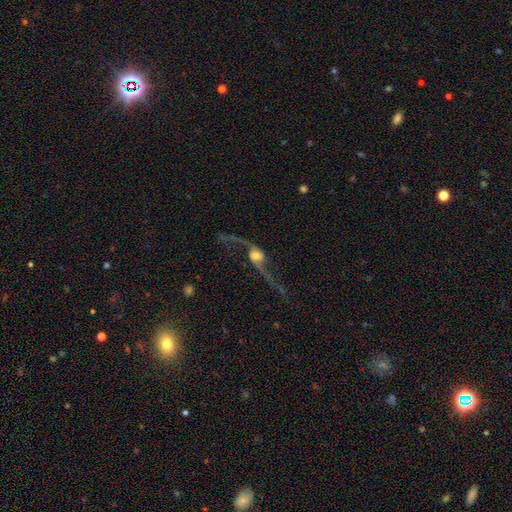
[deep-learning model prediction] Smooth or featured: featured or disk — 87% (smooth — 7%)
Edge-on disk: no — 88% (yes — 12%)
Bar: no — 55% (weak — 31%)
Spiral arms: yes — 93% (no — 7%)
Spiral winding: loose — 94% (medium — 4%)
Spiral arm count: 2 — 93% (1 — 3%)
Bulge size: moderate — 49% (small — 23%)
Merging: none — 55% (major disturbance — 25%)